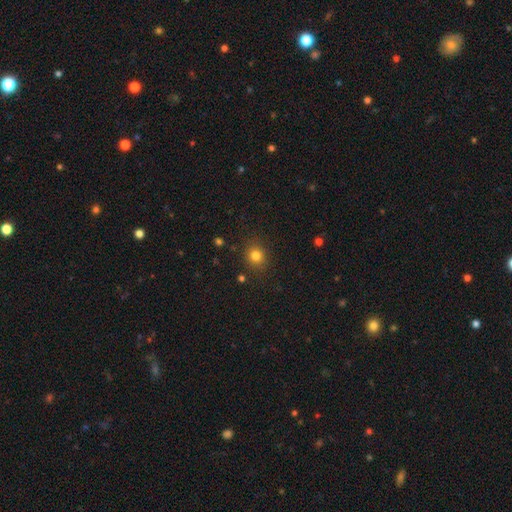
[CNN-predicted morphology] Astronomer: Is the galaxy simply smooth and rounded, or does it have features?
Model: smooth — 80%.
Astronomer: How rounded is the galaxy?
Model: round — 81%.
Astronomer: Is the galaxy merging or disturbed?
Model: none — 87%.